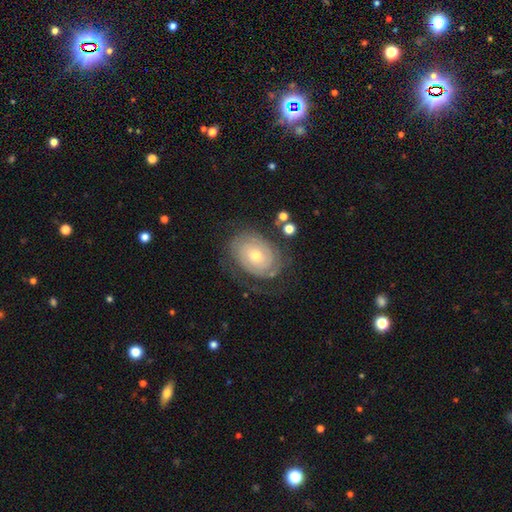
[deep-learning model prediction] Q: Smooth or featured?
A: featured or disk (76%); runner-up: smooth (17%)
Q: Edge-on disk?
A: no (96%); runner-up: yes (4%)
Q: Bar?
A: no (78%); runner-up: weak (19%)
Q: Spiral arms?
A: yes (87%); runner-up: no (13%)
Q: Spiral winding?
A: tight (76%); runner-up: medium (17%)
Q: Spiral arm count?
A: can't tell (44%); runner-up: 2 (33%)
Q: Bulge size?
A: moderate (49%); runner-up: small (46%)
Q: Merging?
A: none (67%); runner-up: minor disturbance (18%)